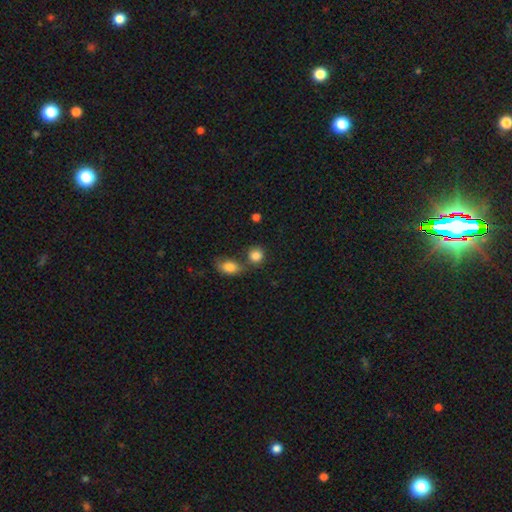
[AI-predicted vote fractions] Morphology: type=smooth (85%); roundness=round (77%); merging=none (57%).